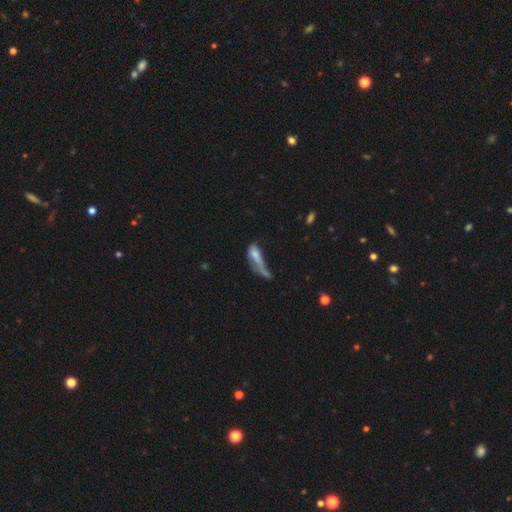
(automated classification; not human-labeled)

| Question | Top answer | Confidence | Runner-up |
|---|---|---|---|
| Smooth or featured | smooth | 59% | featured or disk (31%) |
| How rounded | in between | 52% | cigar-shaped (45%) |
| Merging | major disturbance | 44% | minor disturbance (20%) |